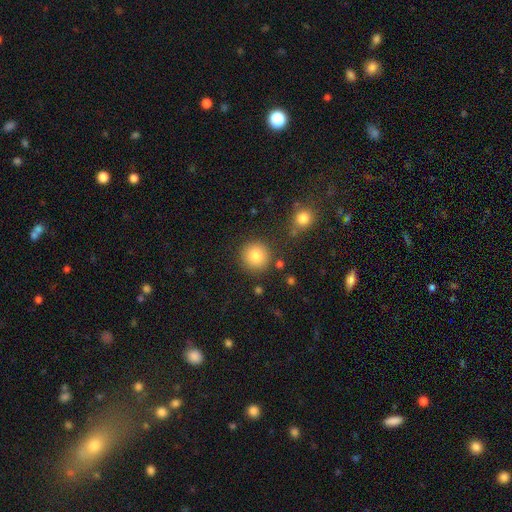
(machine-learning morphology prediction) A smooth galaxy with no disk features (84%) that is round (95%). Merging: none (86%).